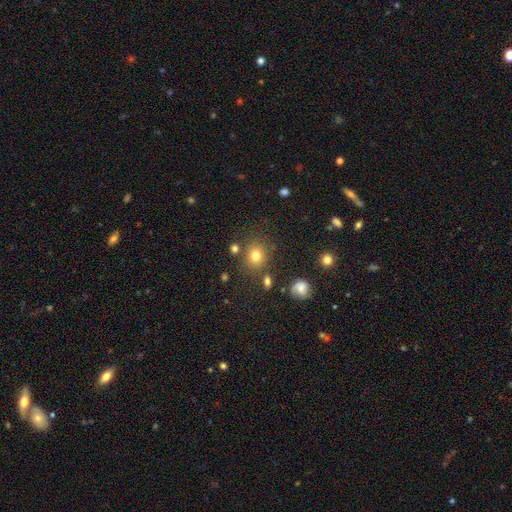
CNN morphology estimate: type=smooth (76%); roundness=round (79%); merging=none (78%).